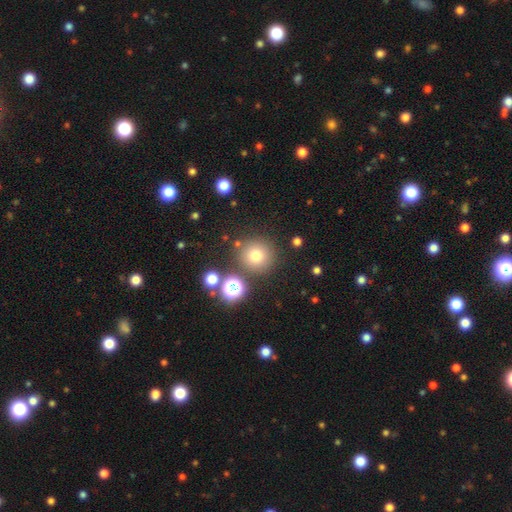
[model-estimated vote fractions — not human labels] The model was most divided on "smooth or featured": smooth: 73%, star or artifact: 17%, featured or disk: 9%. More confident: how rounded — round (95%); merging — none (81%).